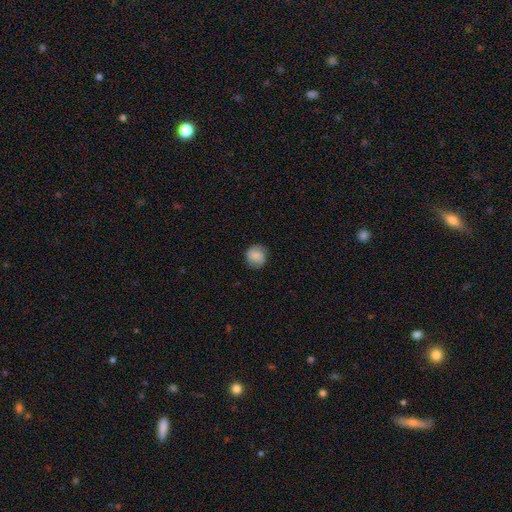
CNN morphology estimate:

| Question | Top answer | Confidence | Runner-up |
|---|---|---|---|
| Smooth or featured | smooth | 77% | featured or disk (15%) |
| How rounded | round | 85% | in between (14%) |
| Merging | none | 79% | minor disturbance (16%) |